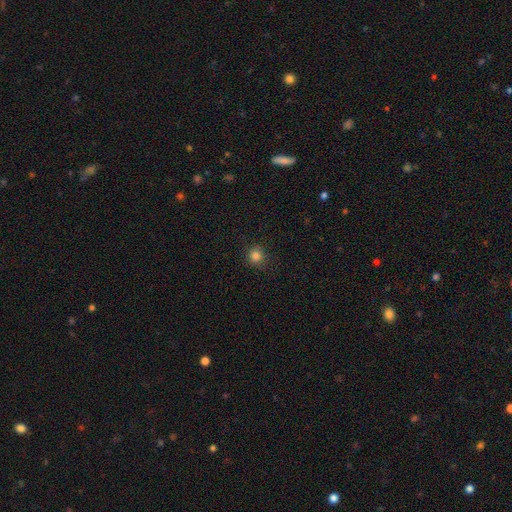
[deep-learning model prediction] Smooth or featured? Predicted: smooth (p=0.84). How rounded? Predicted: round (p=0.91). Merging? Predicted: none (p=0.88).